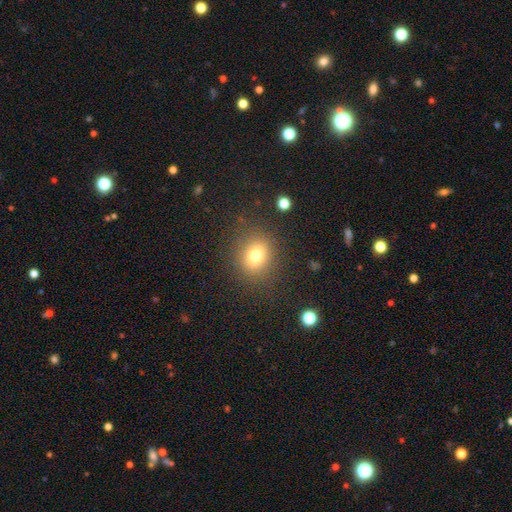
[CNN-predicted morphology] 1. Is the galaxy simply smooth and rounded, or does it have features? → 77% smooth, 14% star or artifact, 9% featured or disk.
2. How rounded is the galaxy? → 72% round, 27% in between, 1% cigar-shaped.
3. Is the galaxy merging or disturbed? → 85% none, 9% minor disturbance, 4% major disturbance, 1% merger.